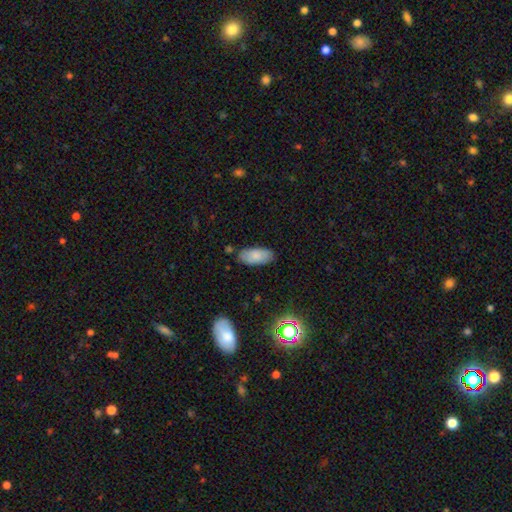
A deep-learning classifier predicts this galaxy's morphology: smooth 81%, featured or disk 11%, star or artifact 7%. Down the decision tree: how rounded — in between (90%); merging — none (82%).